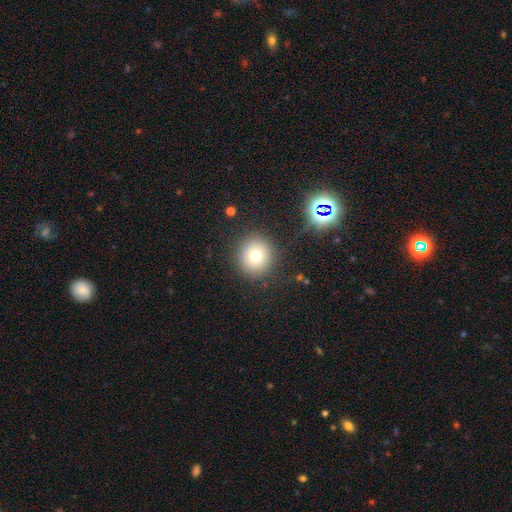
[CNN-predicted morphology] Smooth or featured? smooth (74%)
How rounded? round (90%)
Merging? none (86%)